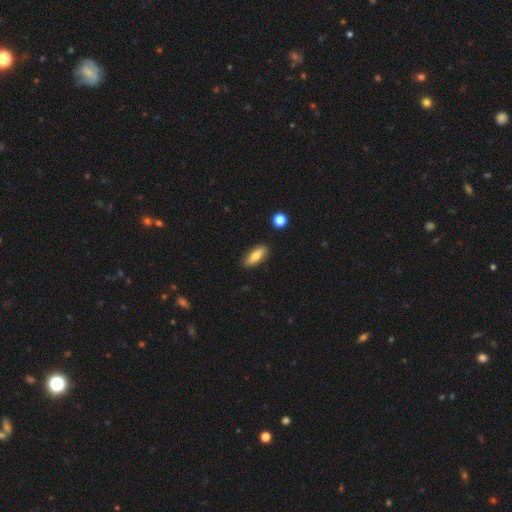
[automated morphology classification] smooth 73%, featured or disk 20%, star or artifact 7%. Down the decision tree: how rounded — in between (71%); merging — none (86%).